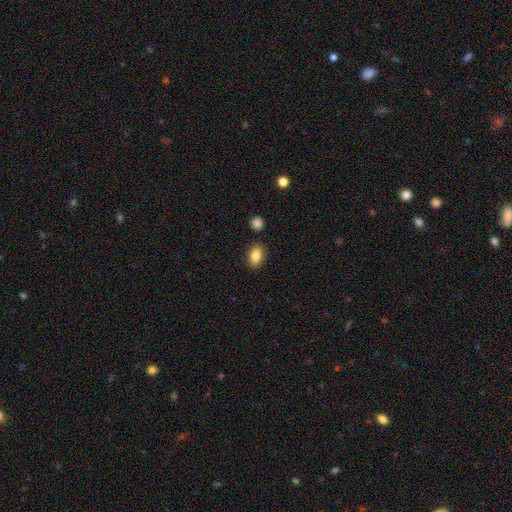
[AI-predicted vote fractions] Smooth or featured? Predicted: smooth (p=0.85). How rounded? Predicted: in between (p=0.85). Merging? Predicted: none (p=0.85).